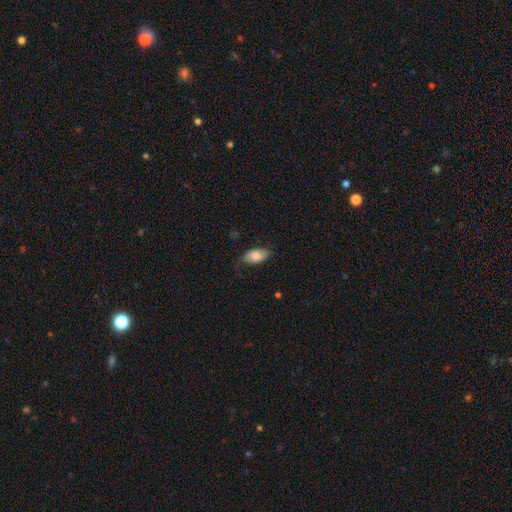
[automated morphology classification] This appears to be a smooth galaxy with no disk features (79%) that is in between round and cigar-shaped (93%). Merging: none (74%).